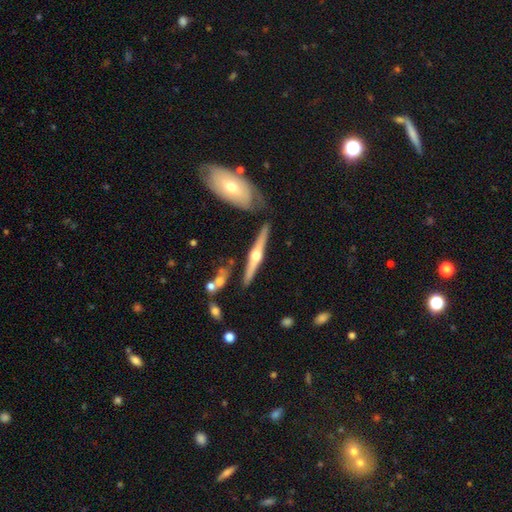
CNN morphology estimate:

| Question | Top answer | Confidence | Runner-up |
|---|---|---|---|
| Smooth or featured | featured or disk | 76% | smooth (20%) |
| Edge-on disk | yes | 97% | no (3%) |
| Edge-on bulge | rounded | 95% | boxy (3%) |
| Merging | none | 84% | minor disturbance (9%) |